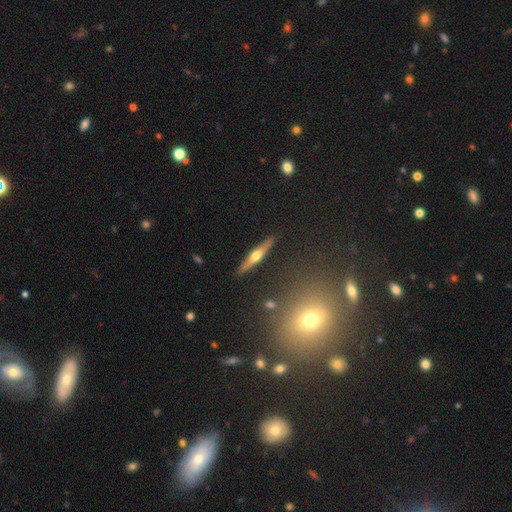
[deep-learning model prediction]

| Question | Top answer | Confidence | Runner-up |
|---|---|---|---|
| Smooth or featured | featured or disk | 64% | smooth (30%) |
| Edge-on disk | yes | 96% | no (4%) |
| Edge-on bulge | rounded | 91% | none (5%) |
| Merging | none | 89% | minor disturbance (7%) |